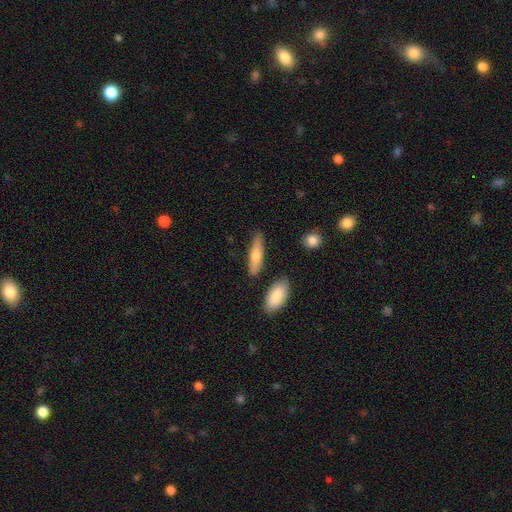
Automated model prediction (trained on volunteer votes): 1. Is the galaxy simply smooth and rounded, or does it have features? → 68% smooth, 26% featured or disk, 6% star or artifact.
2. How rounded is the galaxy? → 61% cigar-shaped, 36% in between, 3% round.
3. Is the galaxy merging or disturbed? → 82% none, 12% minor disturbance, 4% merger, 2% major disturbance.